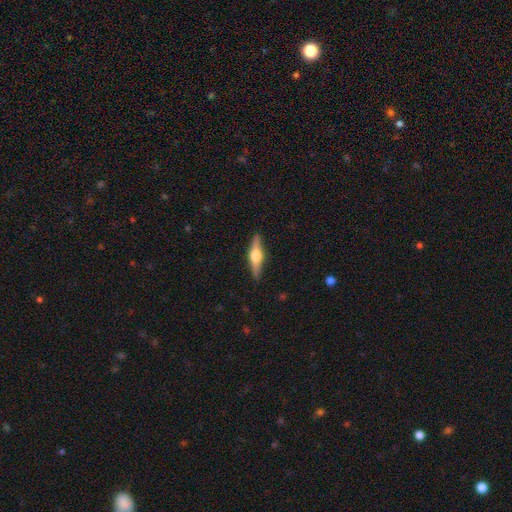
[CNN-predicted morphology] Smooth or featured?
  - featured or disk: 70% *
  - smooth: 25%
  - star or artifact: 5%
Edge-on disk?
  - yes: 97% *
  - no: 3%
Edge-on bulge?
  - rounded: 95% *
  - boxy: 4%
  - none: 2%
Merging?
  - none: 90% *
  - minor disturbance: 7%
  - major disturbance: 2%
  - merger: 1%